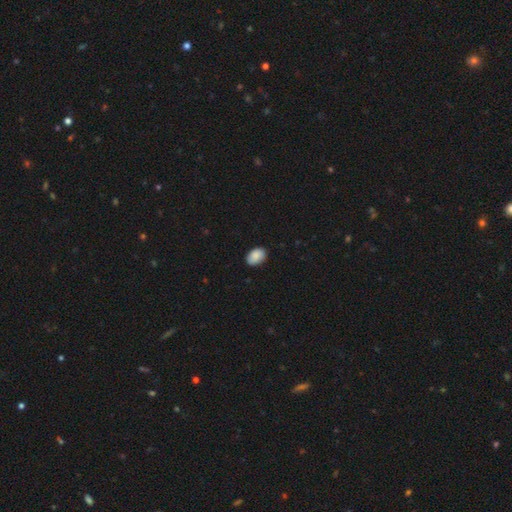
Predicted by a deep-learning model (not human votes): smooth 88%, star or artifact 7%, featured or disk 5%. Down the decision tree: how rounded — in between (84%); merging — none (85%).